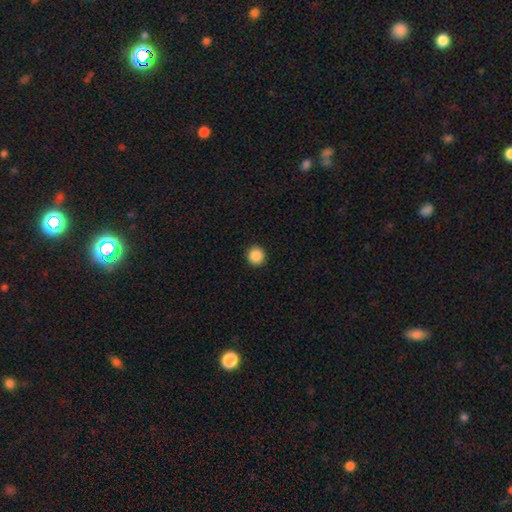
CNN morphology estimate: Q: Smooth or featured?
A: smooth (88%); runner-up: star or artifact (9%)
Q: How rounded?
A: round (95%); runner-up: in between (4%)
Q: Merging?
A: none (93%); runner-up: minor disturbance (4%)